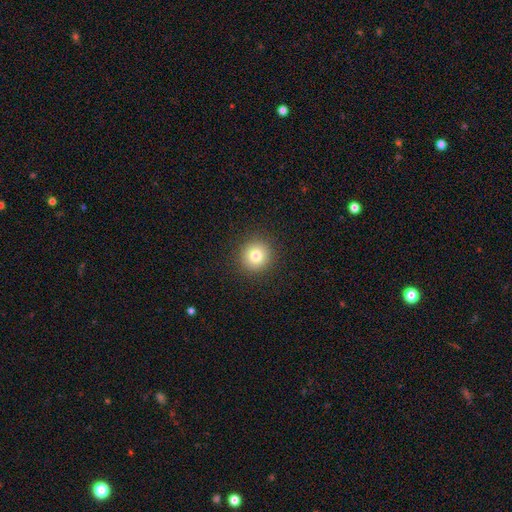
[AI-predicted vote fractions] Smooth or featured? Predicted: smooth (p=0.80). How rounded? Predicted: round (p=0.93). Merging? Predicted: none (p=0.91).